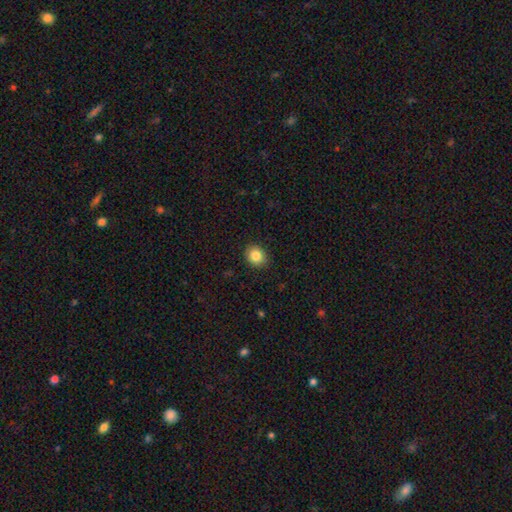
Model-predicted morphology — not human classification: A smooth galaxy with no disk features (84%) that is round (69%). Merging: none (90%).